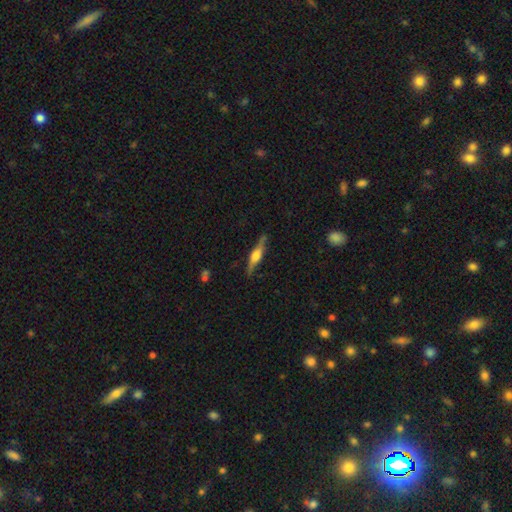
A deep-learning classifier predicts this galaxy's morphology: Smooth or featured? Predicted: featured or disk (p=0.73). Edge-on disk? Predicted: yes (p=0.96). Edge-on bulge? Predicted: rounded (p=0.83). Merging? Predicted: none (p=0.84).